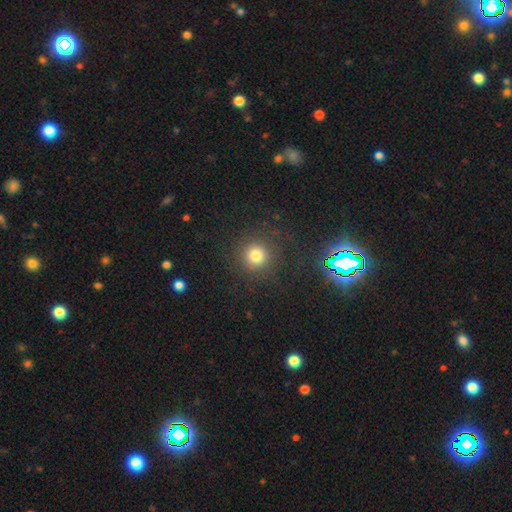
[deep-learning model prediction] smooth_or_featured: smooth (p=0.71) [alt: star or artifact p=0.22]
how_rounded: round (p=0.95) [alt: in between p=0.04]
merging: none (p=0.89) [alt: minor disturbance p=0.06]